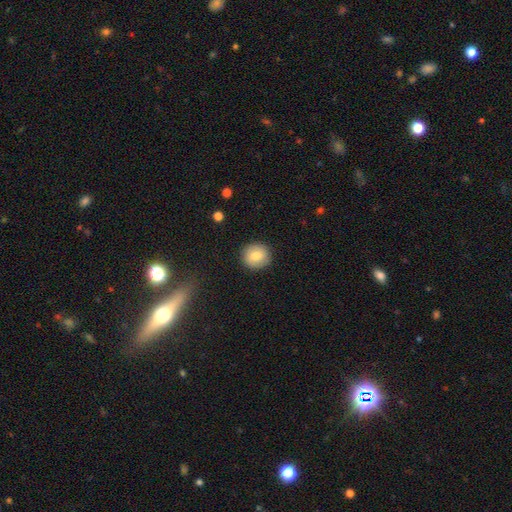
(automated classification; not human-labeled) Smooth or featured? Predicted: smooth (p=0.79). How rounded? Predicted: round (p=0.88). Merging? Predicted: none (p=0.90).